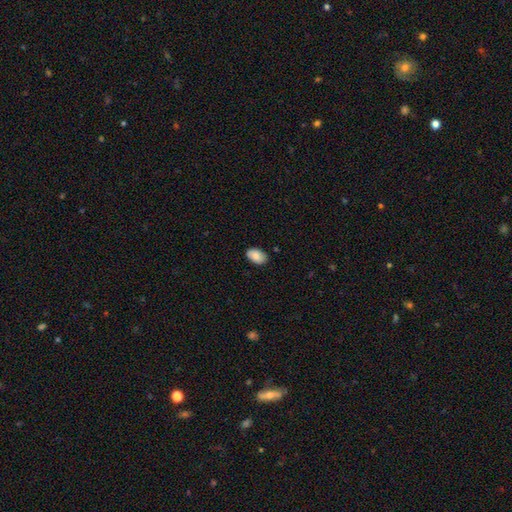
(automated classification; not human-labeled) smooth_or_featured: smooth (p=0.85) [alt: featured or disk p=0.08]
how_rounded: in between (p=0.90) [alt: round p=0.09]
merging: none (p=0.83) [alt: minor disturbance p=0.14]